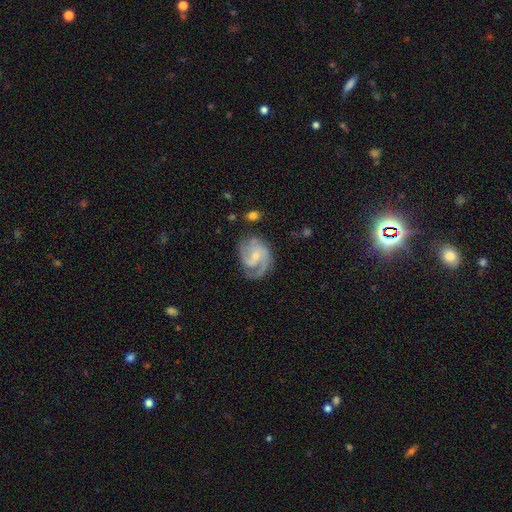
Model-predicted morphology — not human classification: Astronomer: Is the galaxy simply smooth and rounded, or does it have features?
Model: featured or disk — 85%.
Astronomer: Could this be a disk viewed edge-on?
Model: no — 98%.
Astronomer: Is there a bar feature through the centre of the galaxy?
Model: no — 52% (runner-up: weak, 40%).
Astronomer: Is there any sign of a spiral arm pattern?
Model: yes — 96%.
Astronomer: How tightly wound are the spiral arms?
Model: medium — 49% (runner-up: tight, 34%).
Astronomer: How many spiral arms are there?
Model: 2 — 49%.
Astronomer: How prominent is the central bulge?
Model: small — 67%.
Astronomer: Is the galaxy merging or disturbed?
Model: none — 63%.